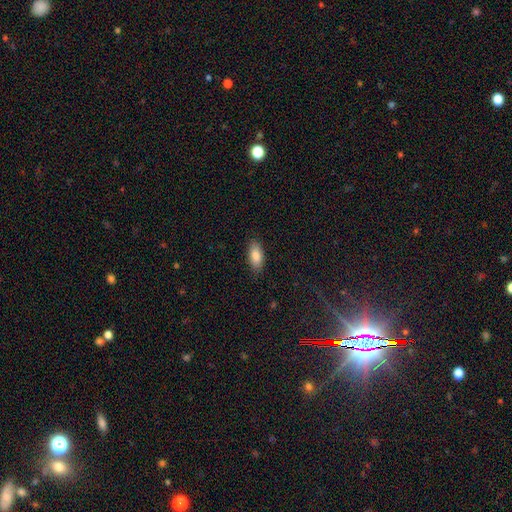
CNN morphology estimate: Q: Smooth or featured?
A: smooth (84%); runner-up: featured or disk (9%)
Q: How rounded?
A: in between (85%); runner-up: cigar-shaped (12%)
Q: Merging?
A: none (87%); runner-up: minor disturbance (10%)